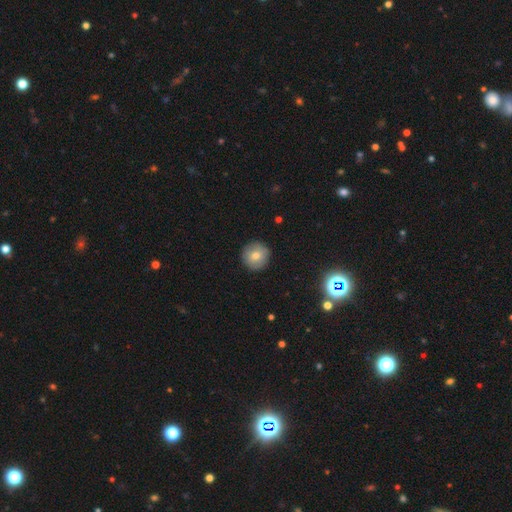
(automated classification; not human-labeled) A smooth galaxy with no disk features (73%) that is round (95%). Merging: none (90%).